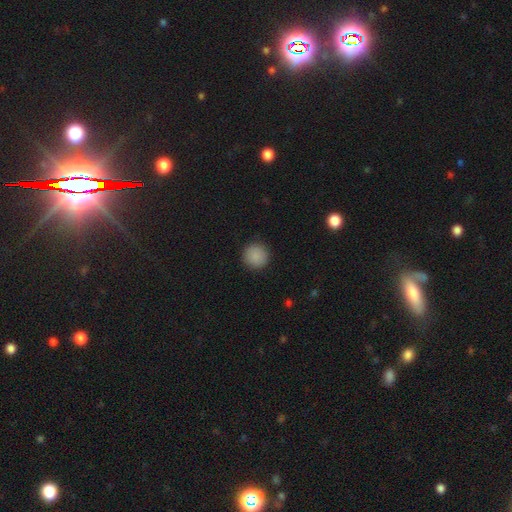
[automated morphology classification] Overall: smooth (88%). How rounded: round (95%). Merging: none (91%).